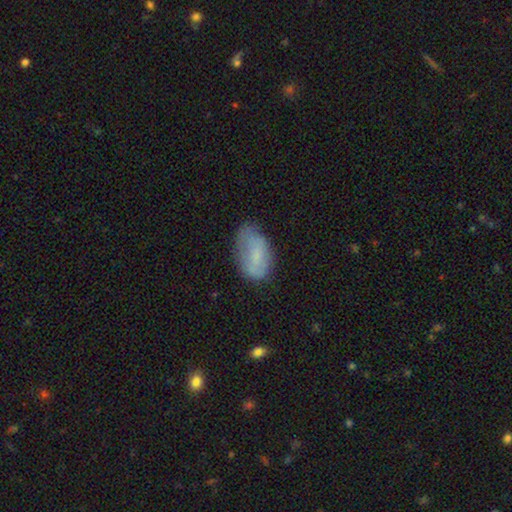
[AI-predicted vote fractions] Overall: smooth (71%). How rounded: in between (92%). Merging: none (51%; minor disturbance 35%).